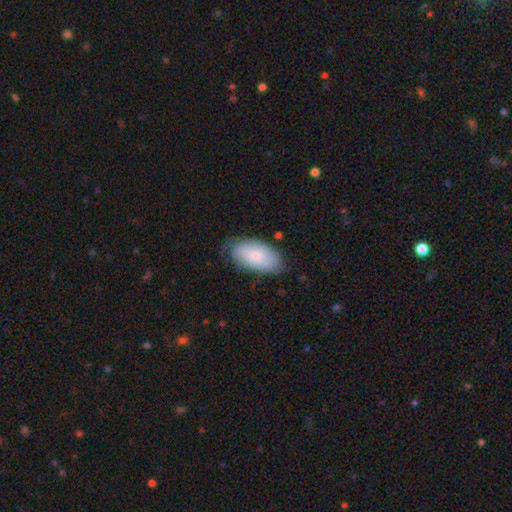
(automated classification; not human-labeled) Smooth or featured? smooth (58%)
How rounded? in between (93%)
Merging? none (71%)